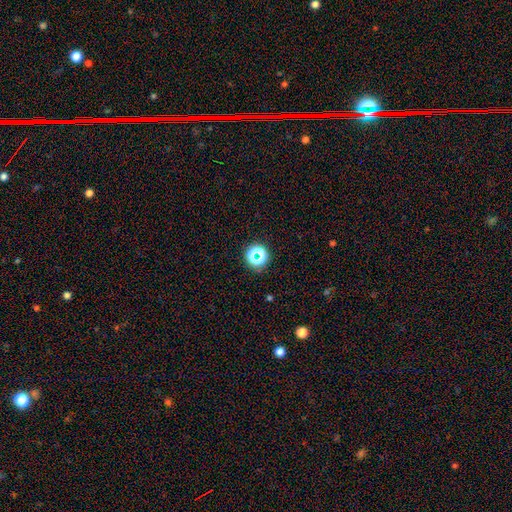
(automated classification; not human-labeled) Morphology: type=star or artifact (53%).